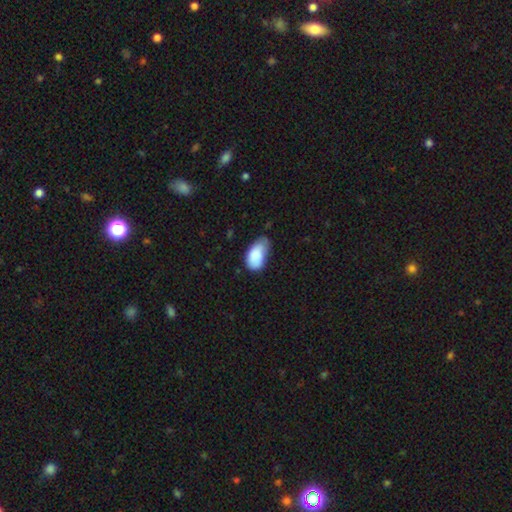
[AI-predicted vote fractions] The model was most divided on "merging": minor disturbance: 47%, none: 39%, major disturbance: 11%, merger: 3%. More confident: how rounded — in between (95%); smooth or featured — smooth (86%).